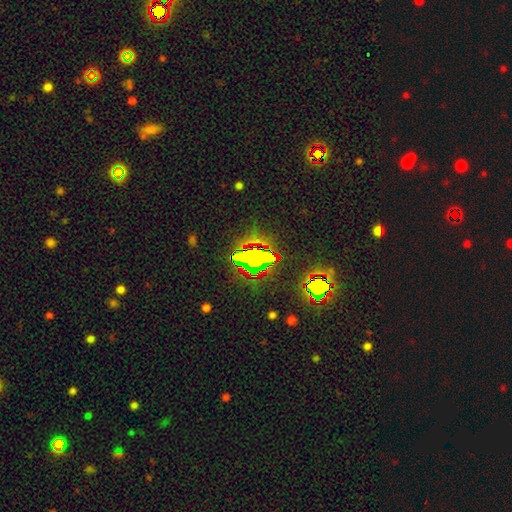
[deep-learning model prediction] Morphology: type=star or artifact (69%).